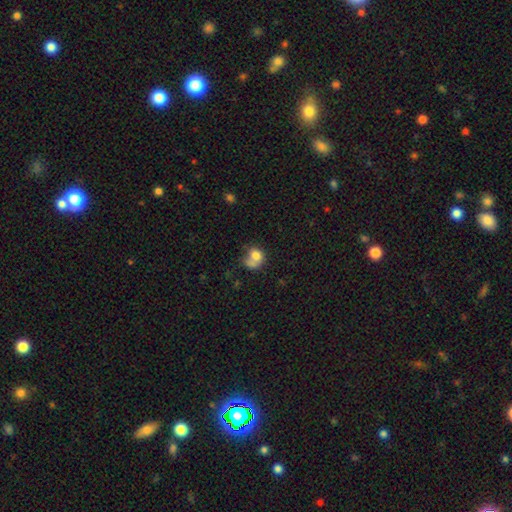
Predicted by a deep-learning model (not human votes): Smooth or featured? Predicted: smooth (p=0.72). How rounded? Predicted: round (p=0.57). Merging? Predicted: merger (p=0.32).